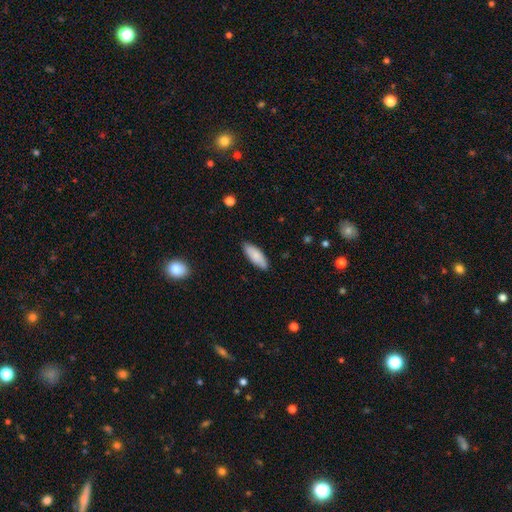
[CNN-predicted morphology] smooth_or_featured: smooth (p=0.85) [alt: featured or disk p=0.09]
how_rounded: in between (p=0.70) [alt: cigar-shaped p=0.28]
merging: none (p=0.86) [alt: minor disturbance p=0.11]